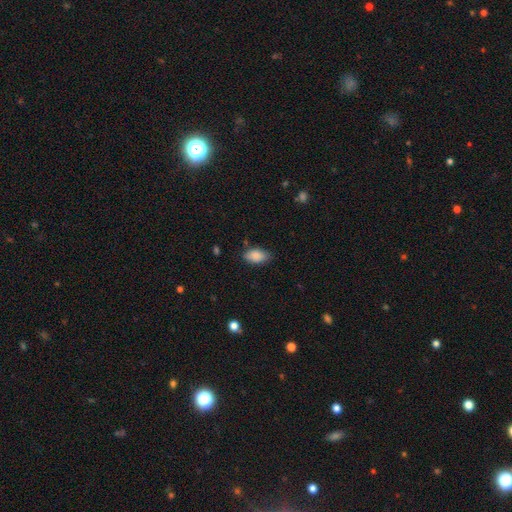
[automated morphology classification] Q: Smooth or featured?
A: smooth (87%); runner-up: star or artifact (7%)
Q: How rounded?
A: in between (93%); runner-up: round (5%)
Q: Merging?
A: none (77%); runner-up: minor disturbance (18%)